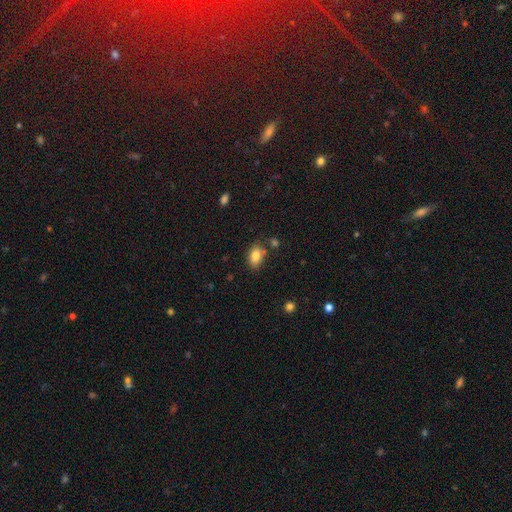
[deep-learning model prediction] The model was most divided on "merging": none: 72%, minor disturbance: 16%, merger: 9%, major disturbance: 4%. More confident: how rounded — in between (86%); smooth or featured — smooth (83%).